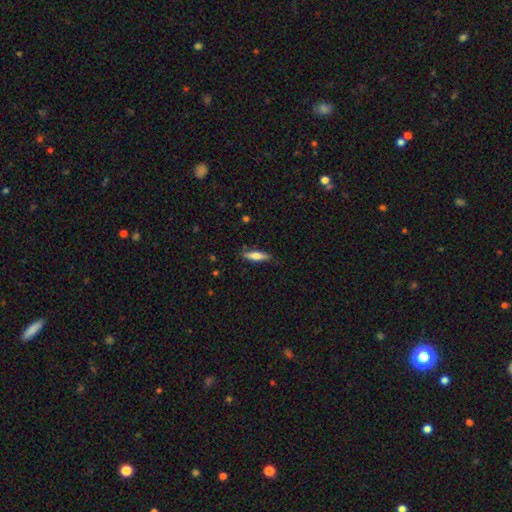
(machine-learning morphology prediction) Q: Smooth or featured?
A: smooth (68%); runner-up: featured or disk (25%)
Q: How rounded?
A: cigar-shaped (70%); runner-up: in between (28%)
Q: Merging?
A: none (82%); runner-up: minor disturbance (14%)